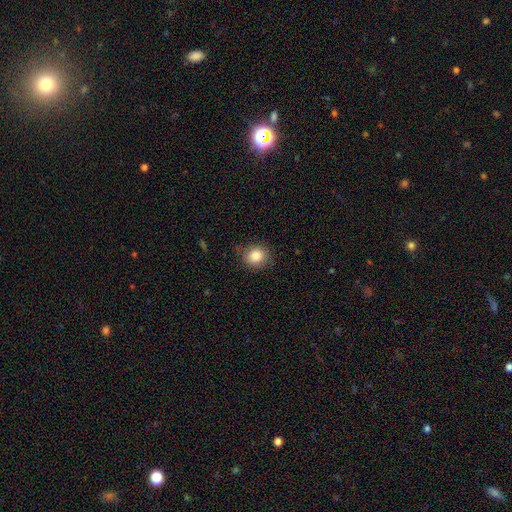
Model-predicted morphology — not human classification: smooth_or_featured: smooth (p=0.85) [alt: star or artifact p=0.09]
how_rounded: round (p=0.78) [alt: in between p=0.21]
merging: none (p=0.80) [alt: minor disturbance p=0.15]